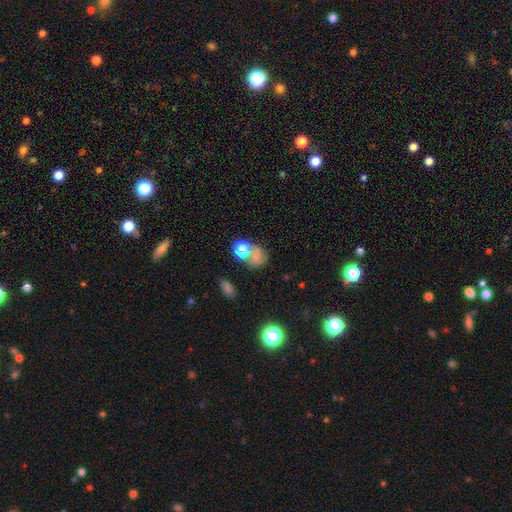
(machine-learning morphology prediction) Q: Smooth or featured?
A: smooth (59%); runner-up: star or artifact (22%)
Q: How rounded?
A: round (57%); runner-up: in between (41%)
Q: Merging?
A: none (36%); runner-up: merger (33%)